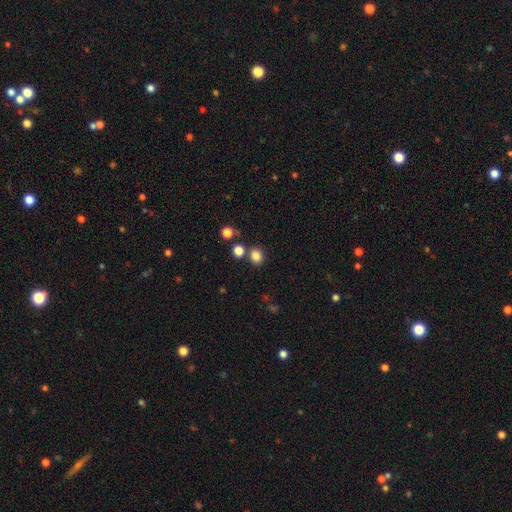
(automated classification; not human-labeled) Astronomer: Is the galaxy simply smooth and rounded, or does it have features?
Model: smooth — 83%.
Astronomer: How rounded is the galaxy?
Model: round — 63%.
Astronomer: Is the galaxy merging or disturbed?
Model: none — 76%.